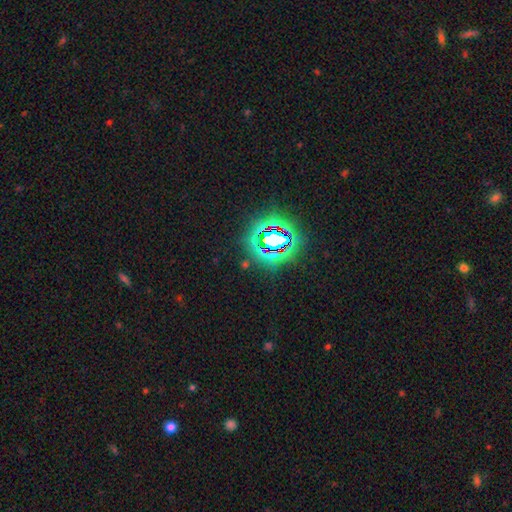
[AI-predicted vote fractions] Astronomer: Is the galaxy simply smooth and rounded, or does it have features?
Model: star or artifact — 80%.